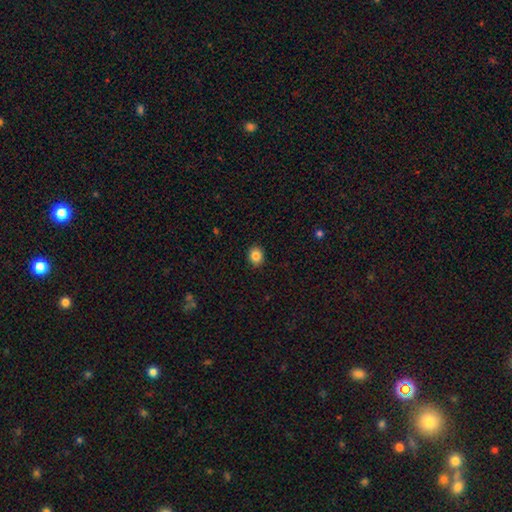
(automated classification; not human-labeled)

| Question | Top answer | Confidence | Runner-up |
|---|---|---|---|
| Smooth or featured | smooth | 85% | star or artifact (10%) |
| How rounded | round | 65% | in between (35%) |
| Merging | none | 91% | minor disturbance (6%) |